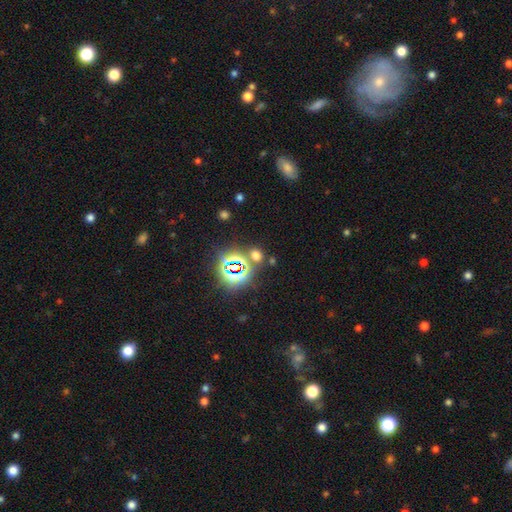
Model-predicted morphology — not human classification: Overall: smooth (47%; star or artifact 46%). Merging: none (74%).